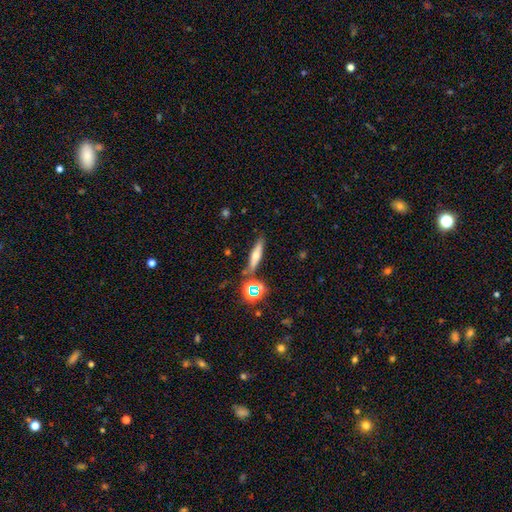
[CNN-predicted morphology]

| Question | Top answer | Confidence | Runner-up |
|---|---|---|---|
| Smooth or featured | featured or disk | 43% | smooth (40%) |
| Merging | none | 80% | minor disturbance (10%) |